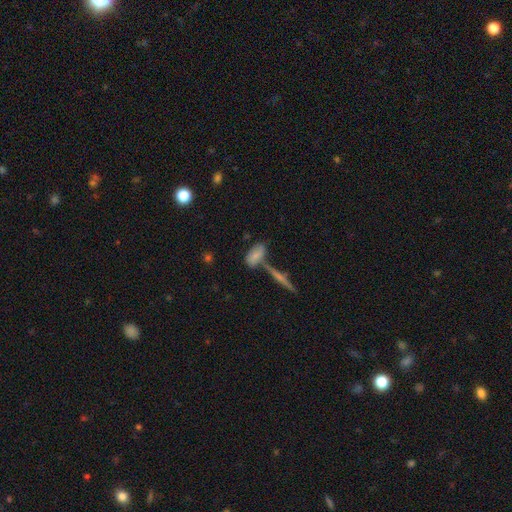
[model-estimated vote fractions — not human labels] smooth-or-featured: smooth: 65% | featured or disk: 26% | star or artifact: 9%
  how-rounded: in between: 83% | cigar-shaped: 13% | round: 4%
  merging: none: 45% | merger: 31% | minor disturbance: 17% | major disturbance: 7%